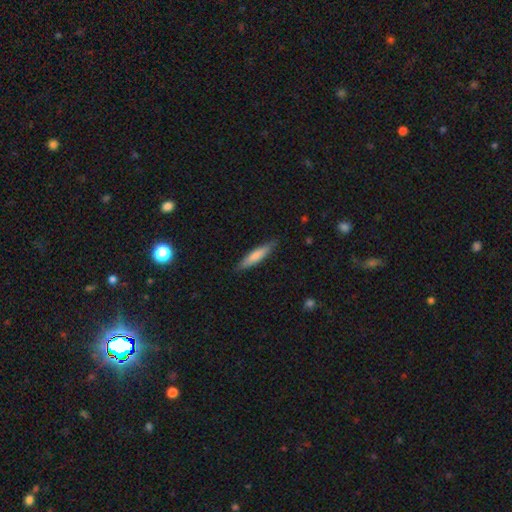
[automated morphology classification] This appears to be a smooth galaxy with no disk features (73%) that is cigar-shaped (86%). Merging: none (87%).